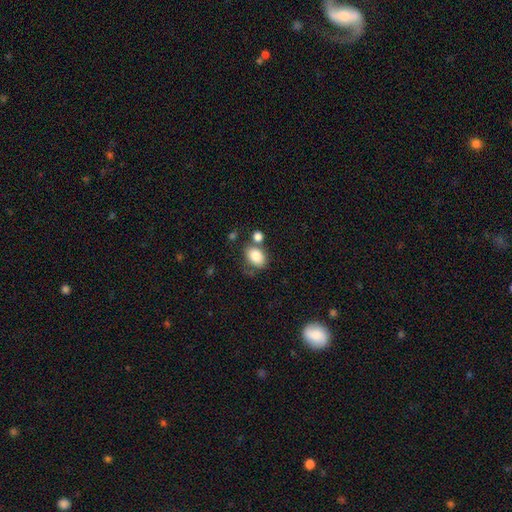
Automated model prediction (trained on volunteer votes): The model was most divided on "merging": none: 55%, merger: 21%, minor disturbance: 17%, major disturbance: 7%. More confident: smooth or featured — smooth (83%); how rounded — in between (76%).